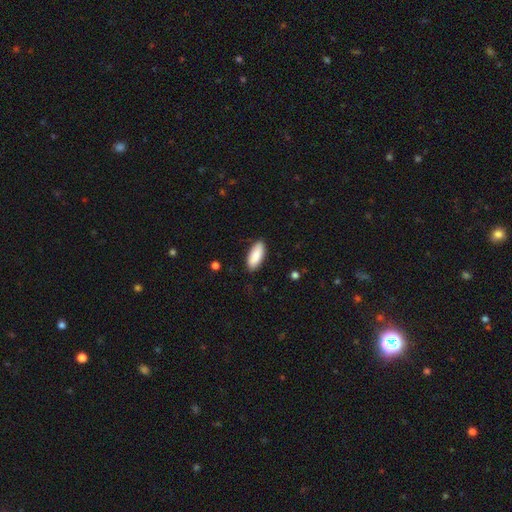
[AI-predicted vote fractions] Smooth or featured?
  - smooth: 89% *
  - star or artifact: 6%
  - featured or disk: 6%
How rounded?
  - in between: 82% *
  - cigar-shaped: 16%
  - round: 2%
Merging?
  - none: 86% *
  - minor disturbance: 11%
  - major disturbance: 2%
  - merger: 1%